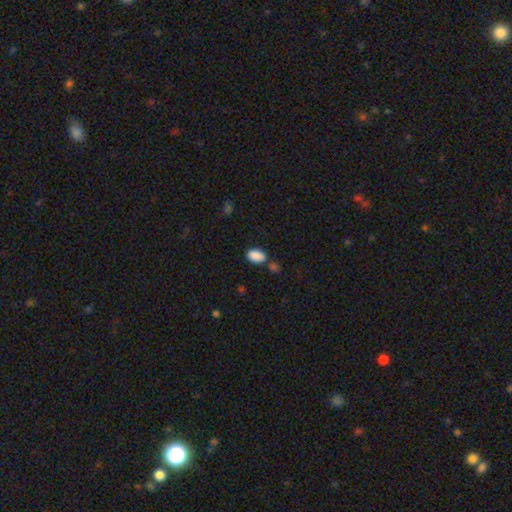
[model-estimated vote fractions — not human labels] A smooth galaxy with no disk features (88%) that is in between round and cigar-shaped (91%). Merging: none (68%).